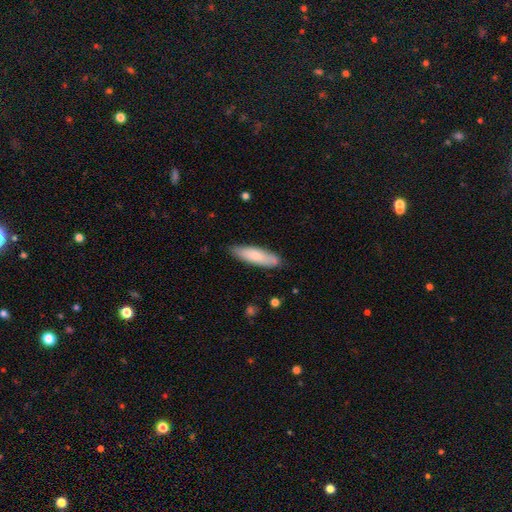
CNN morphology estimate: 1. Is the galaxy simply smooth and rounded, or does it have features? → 76% smooth, 19% featured or disk, 5% star or artifact.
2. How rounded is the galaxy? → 62% cigar-shaped, 37% in between, 1% round.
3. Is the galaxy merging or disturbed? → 80% none, 15% minor disturbance, 2% major disturbance, 2% merger.